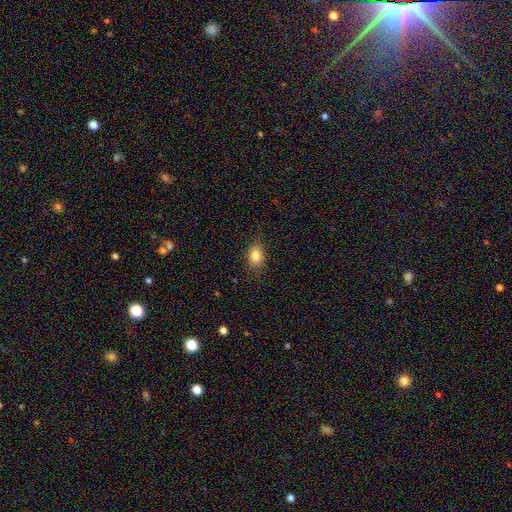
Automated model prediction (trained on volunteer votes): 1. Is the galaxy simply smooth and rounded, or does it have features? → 84% smooth, 10% star or artifact, 7% featured or disk.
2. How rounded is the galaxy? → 66% in between, 33% round, 1% cigar-shaped.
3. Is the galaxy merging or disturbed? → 85% none, 11% minor disturbance, 3% major disturbance, 1% merger.